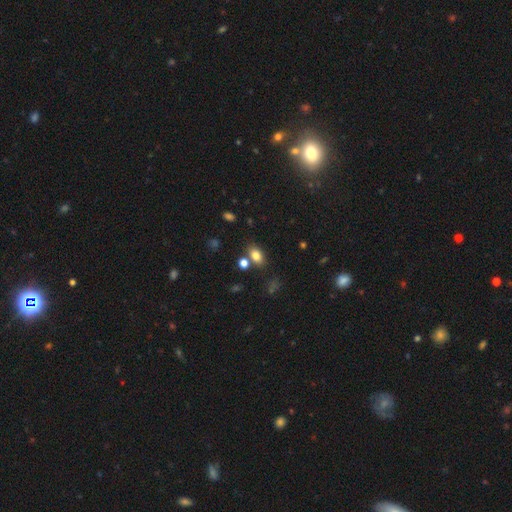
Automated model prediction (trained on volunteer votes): smooth 80%, star or artifact 11%, featured or disk 9%. Down the decision tree: how rounded — in between (83%); merging — none (71%).